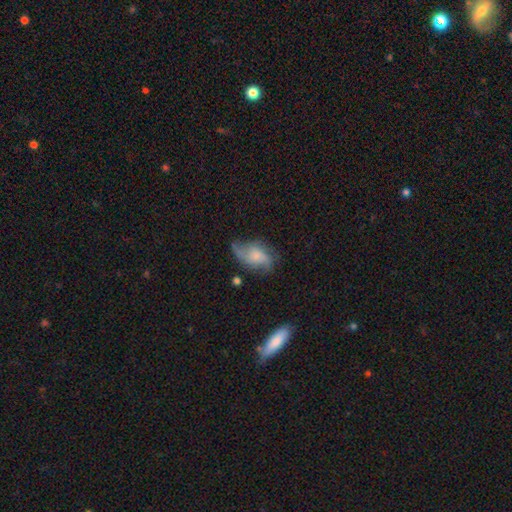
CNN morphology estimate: Smooth or featured: featured or disk — 53% (smooth — 39%)
Edge-on disk: no — 96% (yes — 4%)
Bar: no — 71% (weak — 25%)
Spiral arms: yes — 83% (no — 17%)
Bulge size: none — 29% (small — 27%)
Merging: none — 45% (minor disturbance — 29%)